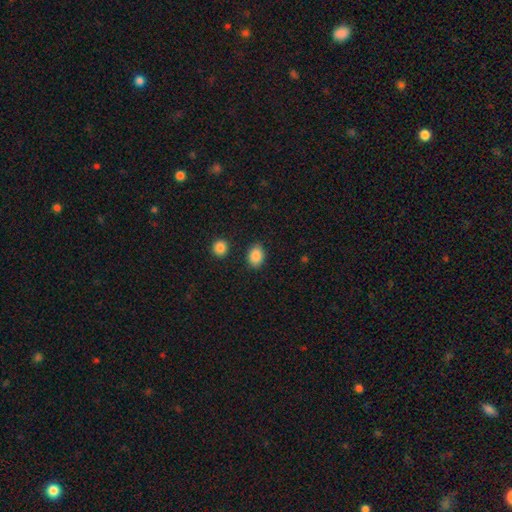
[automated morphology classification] smooth 88%, star or artifact 8%, featured or disk 4%. Down the decision tree: how rounded — in between (79%); merging — none (85%).